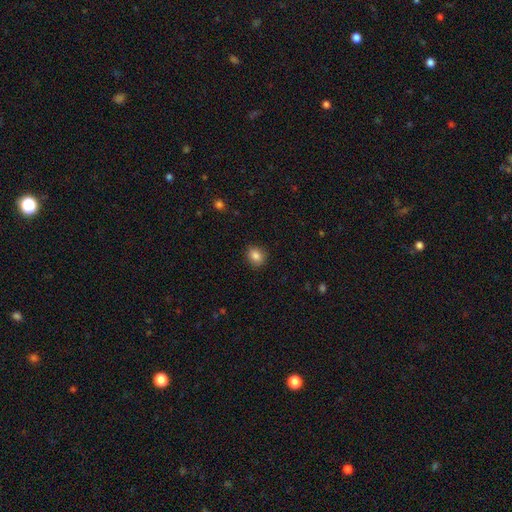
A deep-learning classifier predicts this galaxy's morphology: type=smooth (85%); roundness=round (64%); merging=none (86%).